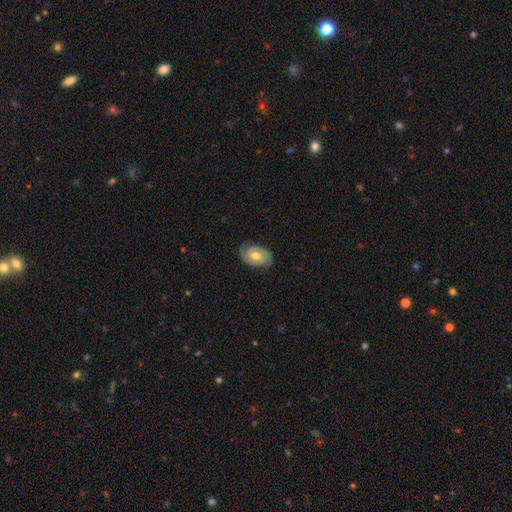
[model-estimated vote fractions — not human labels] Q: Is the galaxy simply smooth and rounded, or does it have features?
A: featured or disk — 68%.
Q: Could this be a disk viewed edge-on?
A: no — 96%.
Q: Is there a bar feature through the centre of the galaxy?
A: no — 63%.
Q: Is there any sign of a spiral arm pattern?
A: yes — 84%.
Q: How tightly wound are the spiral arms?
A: tight — 57%.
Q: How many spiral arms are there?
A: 2 — 83%.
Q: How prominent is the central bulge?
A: moderate — 78%.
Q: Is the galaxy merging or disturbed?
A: none — 80%.